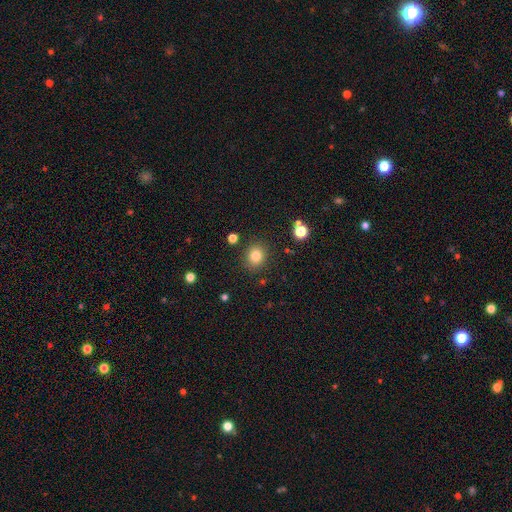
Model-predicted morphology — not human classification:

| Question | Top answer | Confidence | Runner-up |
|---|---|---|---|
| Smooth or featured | smooth | 82% | star or artifact (12%) |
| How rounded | round | 76% | in between (23%) |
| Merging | none | 87% | minor disturbance (8%) |